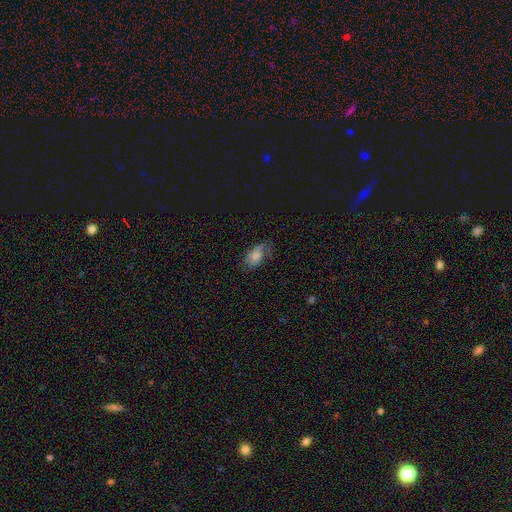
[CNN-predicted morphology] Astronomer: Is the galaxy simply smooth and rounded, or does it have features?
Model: smooth — 54% (runner-up: featured or disk, 35%).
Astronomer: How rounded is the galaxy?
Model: in between — 87%.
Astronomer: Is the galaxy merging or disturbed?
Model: none — 48% (runner-up: minor disturbance, 29%).